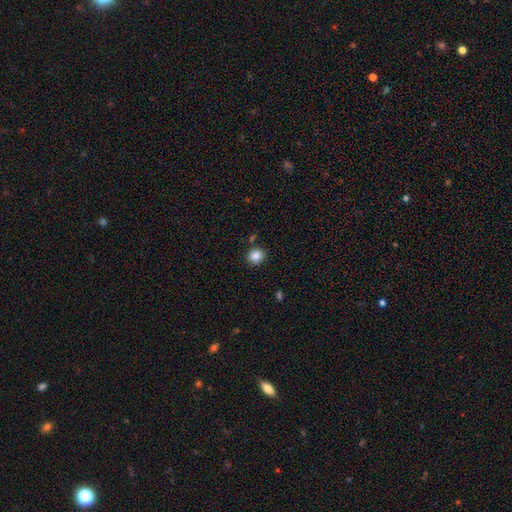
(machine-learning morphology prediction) Smooth or featured?
  - smooth: 86% *
  - star or artifact: 10%
  - featured or disk: 4%
How rounded?
  - round: 87% *
  - in between: 12%
  - cigar-shaped: 1%
Merging?
  - none: 87% *
  - minor disturbance: 8%
  - merger: 3%
  - major disturbance: 2%